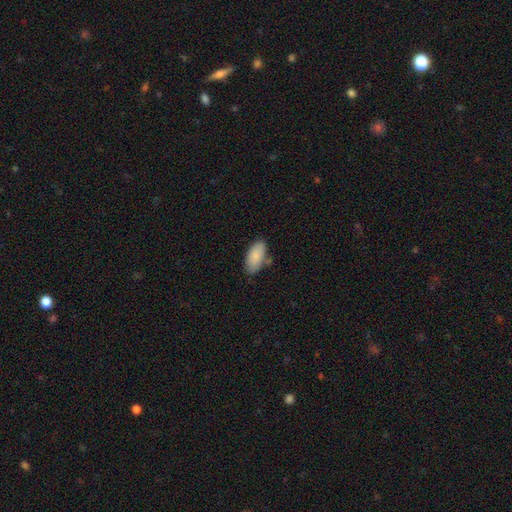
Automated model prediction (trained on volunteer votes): smooth-or-featured: smooth: 87% | featured or disk: 7% | star or artifact: 6%
  how-rounded: in between: 92% | cigar-shaped: 6% | round: 2%
  merging: none: 72% | minor disturbance: 18% | merger: 7% | major disturbance: 4%